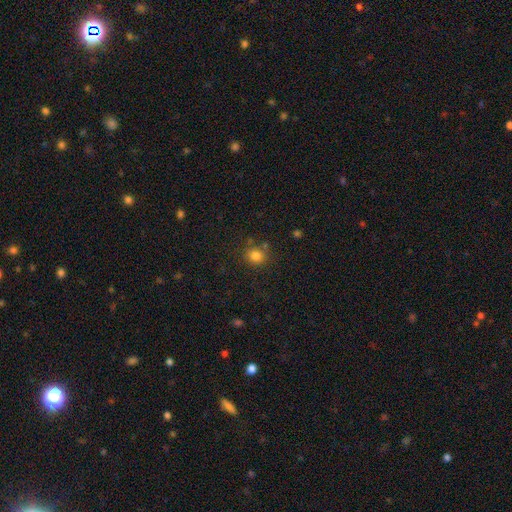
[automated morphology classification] smooth-or-featured: smooth: 81% | star or artifact: 13% | featured or disk: 5%
  how-rounded: round: 85% | in between: 15% | cigar-shaped: 1%
  merging: none: 78% | minor disturbance: 11% | merger: 7% | major disturbance: 4%